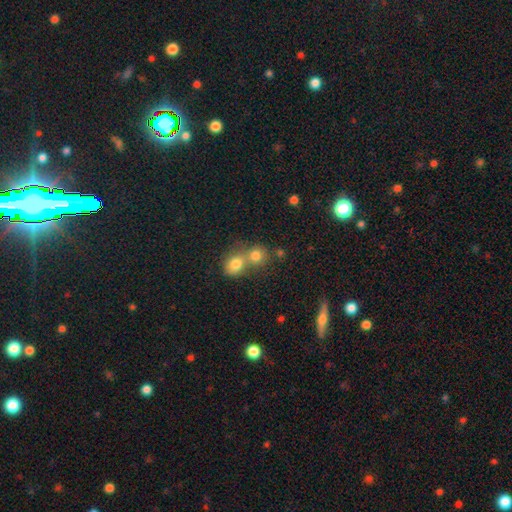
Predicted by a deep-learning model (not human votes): A smooth galaxy with no disk features (77%) that is round (78%).

Vote fractions:
- Smooth or featured? smooth: 77% / star or artifact: 13% / featured or disk: 10%
- How rounded? round: 78% / in between: 21% / cigar-shaped: 1%
- Merging? merger: 55% / none: 37% / minor disturbance: 6% / major disturbance: 3%